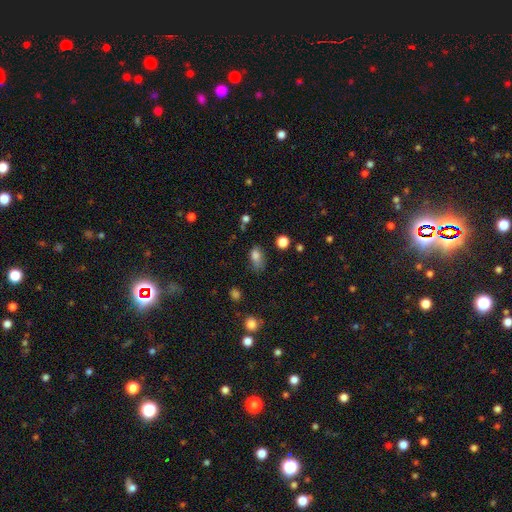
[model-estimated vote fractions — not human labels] This is clearly a smooth galaxy (80%). How rounded: clearly in between (83%). Merging: possibly none (46%).